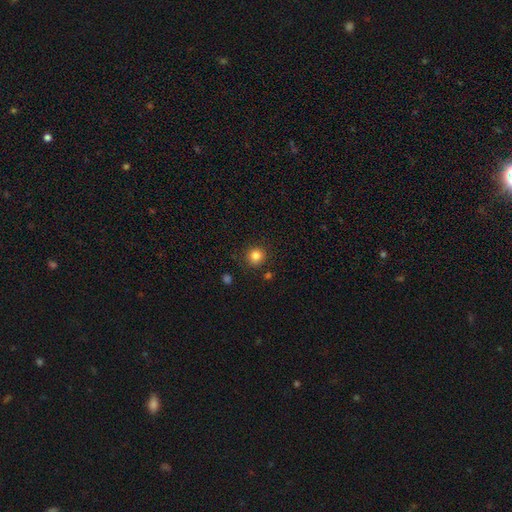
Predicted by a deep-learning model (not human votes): Smooth or featured? Predicted: smooth (p=0.83). How rounded? Predicted: round (p=0.92). Merging? Predicted: none (p=0.87).